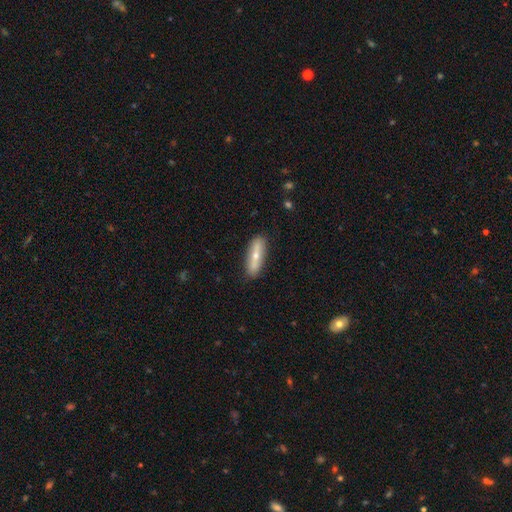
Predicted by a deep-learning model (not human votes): The model was most divided on "smooth or featured": smooth: 49%, featured or disk: 44%, star or artifact: 6%. More confident: merging — none (85%).